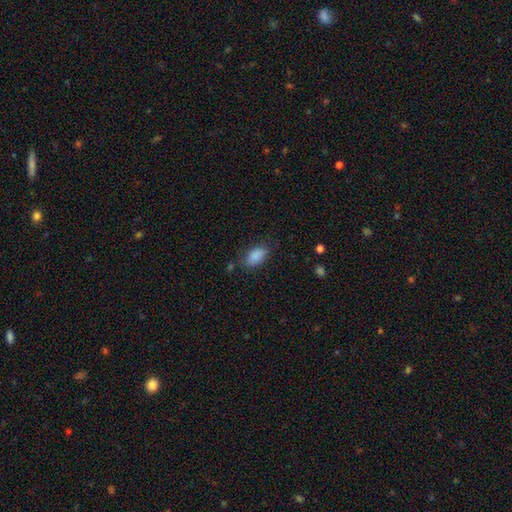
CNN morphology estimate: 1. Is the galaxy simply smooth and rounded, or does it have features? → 88% smooth, 8% star or artifact, 5% featured or disk.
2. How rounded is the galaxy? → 91% in between, 5% round, 3% cigar-shaped.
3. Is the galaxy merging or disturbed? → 75% none, 17% minor disturbance, 5% major disturbance, 2% merger.